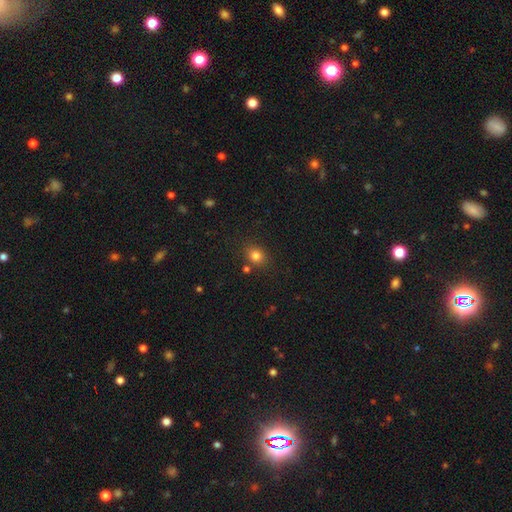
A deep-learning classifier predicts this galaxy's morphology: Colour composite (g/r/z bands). It shows a smooth galaxy with no disk features (80%) that is round (61%). Merging: none (79%).